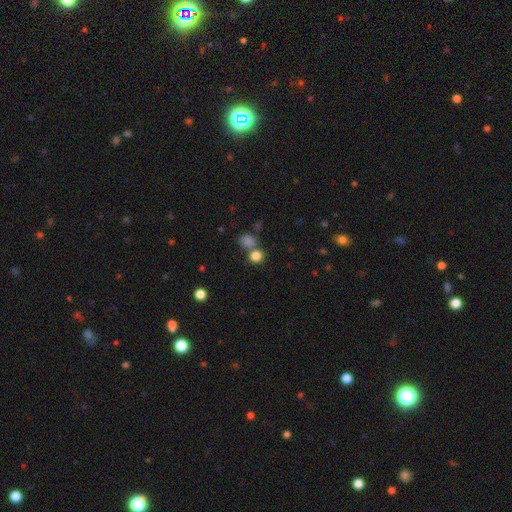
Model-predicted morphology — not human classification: Smooth or featured?
  - smooth: 82% *
  - star or artifact: 13%
  - featured or disk: 6%
How rounded?
  - round: 80% *
  - in between: 19%
  - cigar-shaped: 1%
Merging?
  - none: 56% *
  - merger: 31%
  - minor disturbance: 9%
  - major disturbance: 4%